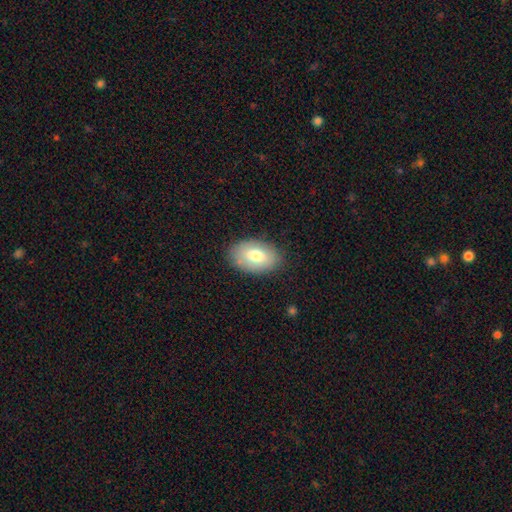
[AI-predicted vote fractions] Q: Smooth or featured?
A: smooth (74%); runner-up: featured or disk (19%)
Q: How rounded?
A: in between (91%); runner-up: round (8%)
Q: Merging?
A: none (84%); runner-up: minor disturbance (12%)